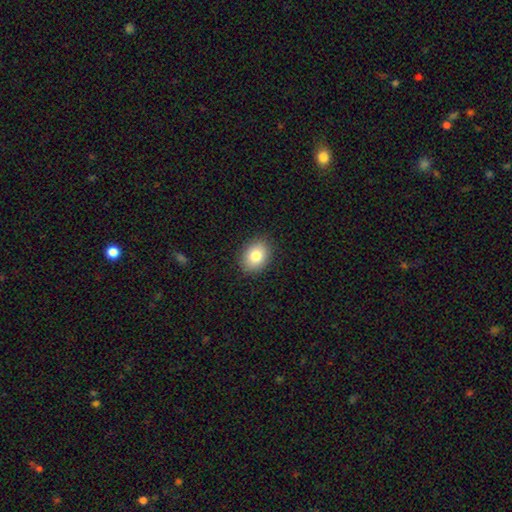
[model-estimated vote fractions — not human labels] Smooth or featured? Predicted: smooth (p=0.82). How rounded? Predicted: in between (p=0.66). Merging? Predicted: none (p=0.88).